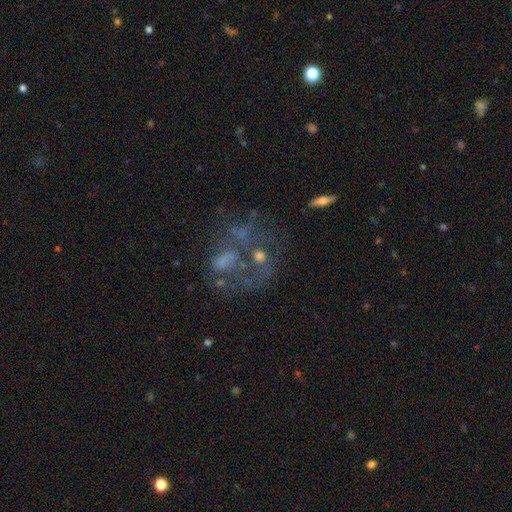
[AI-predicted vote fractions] Q: Smooth or featured?
A: featured or disk (58%); runner-up: star or artifact (24%)
Q: Edge-on disk?
A: no (97%); runner-up: yes (3%)
Q: Bar?
A: no (87%); runner-up: weak (10%)
Q: Spiral arms?
A: no (82%); runner-up: yes (18%)
Q: Bulge size?
A: none (56%); runner-up: small (22%)
Q: Merging?
A: none (35%); runner-up: major disturbance (32%)